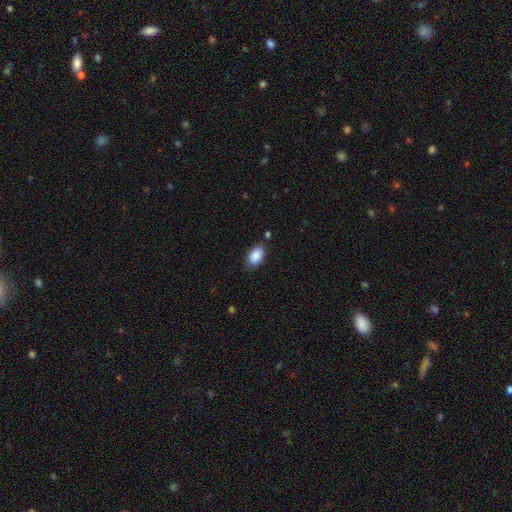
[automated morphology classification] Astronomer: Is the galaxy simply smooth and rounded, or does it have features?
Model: smooth — 89%.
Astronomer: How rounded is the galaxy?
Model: in between — 92%.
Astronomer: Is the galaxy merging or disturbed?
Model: none — 82%.